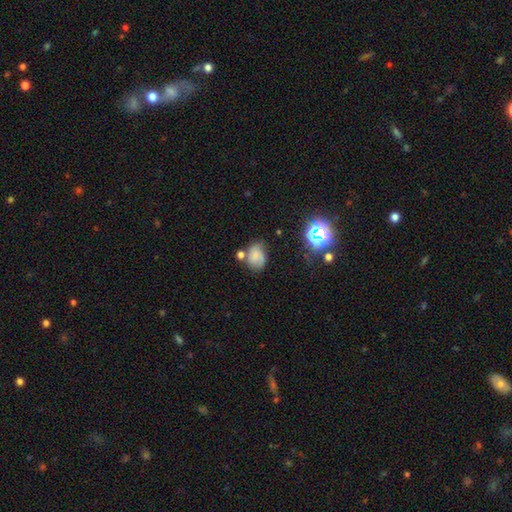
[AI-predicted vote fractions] A smooth galaxy with no disk features (64%) that is in between round and cigar-shaped (58%).

Vote fractions:
- Smooth or featured? smooth: 64% / featured or disk: 20% / star or artifact: 16%
- How rounded? in between: 58% / round: 41% / cigar-shaped: 1%
- Merging? none: 47% / minor disturbance: 28% / merger: 15% / major disturbance: 10%